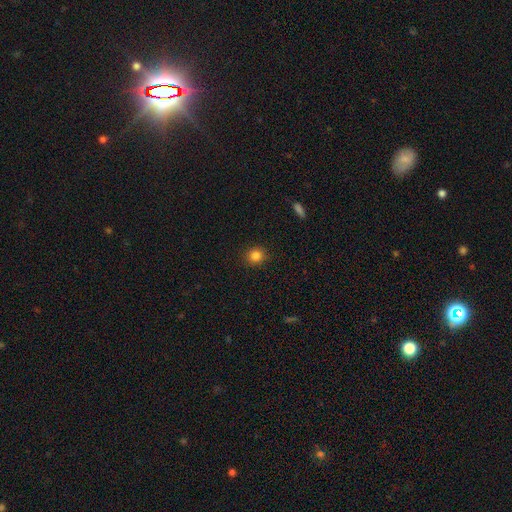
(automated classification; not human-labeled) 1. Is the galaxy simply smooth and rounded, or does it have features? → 83% smooth, 12% star or artifact, 5% featured or disk.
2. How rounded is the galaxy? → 84% round, 15% in between, 1% cigar-shaped.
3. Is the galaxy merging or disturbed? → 90% none, 7% minor disturbance, 2% major disturbance, 1% merger.